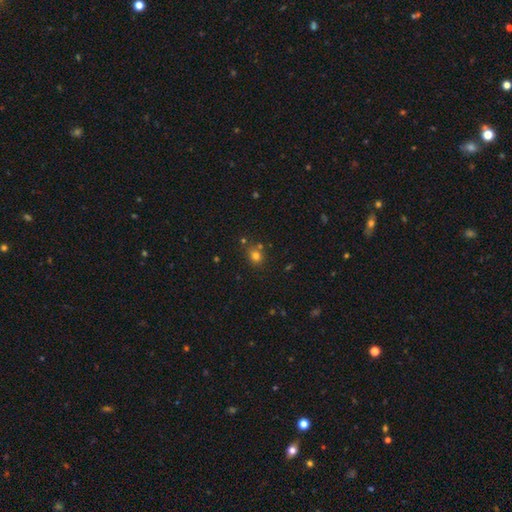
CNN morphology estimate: A smooth galaxy with no disk features (75%) that is round (71%). Merging: none (72%).